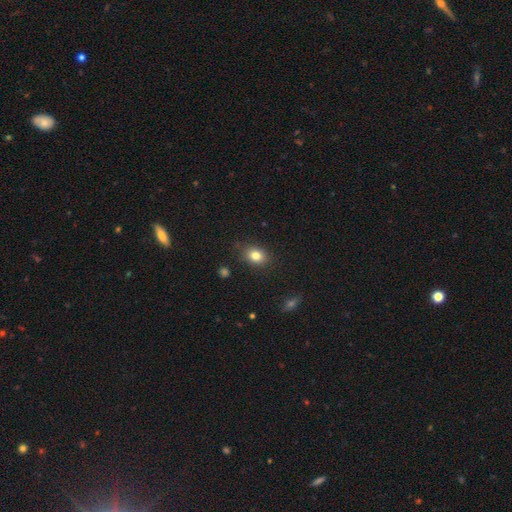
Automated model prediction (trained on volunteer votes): smooth-or-featured: smooth: 81% | star or artifact: 11% | featured or disk: 8%
  how-rounded: in between: 61% | round: 38% | cigar-shaped: 1%
  merging: none: 85% | minor disturbance: 11% | major disturbance: 3% | merger: 1%